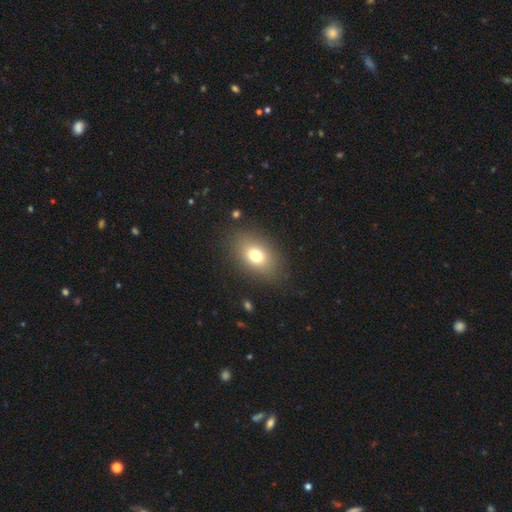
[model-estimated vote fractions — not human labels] Q: Smooth or featured?
A: smooth (74%); runner-up: featured or disk (15%)
Q: How rounded?
A: in between (78%); runner-up: round (20%)
Q: Merging?
A: none (83%); runner-up: minor disturbance (11%)